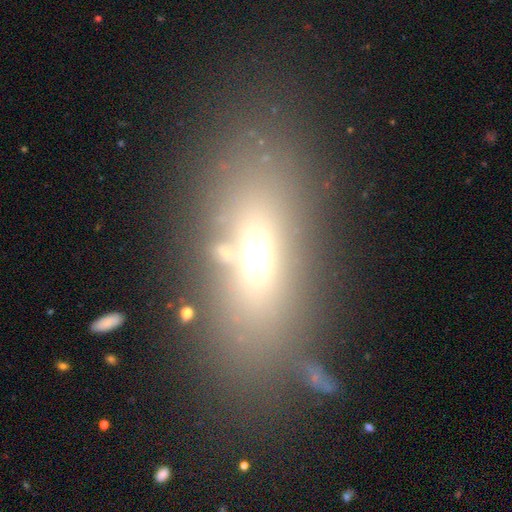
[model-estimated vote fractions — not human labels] smooth_or_featured: smooth (p=0.55) [alt: featured or disk p=0.24]
how_rounded: in between (p=0.73) [alt: cigar-shaped p=0.18]
merging: none (p=0.67) [alt: minor disturbance p=0.12]